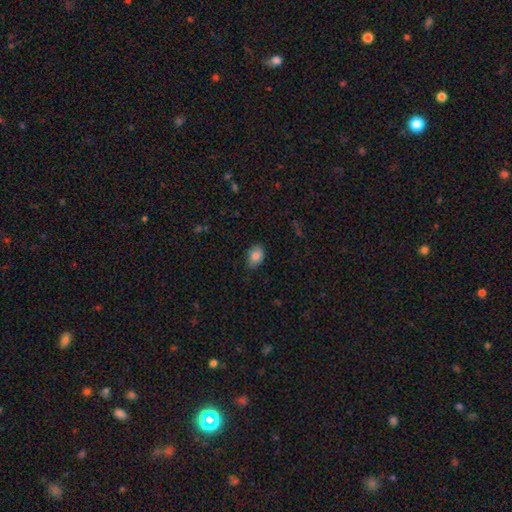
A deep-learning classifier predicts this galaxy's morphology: The model was most divided on "merging": none: 76%, minor disturbance: 20%, major disturbance: 3%, merger: 1%. More confident: smooth or featured — smooth (86%); how rounded — in between (83%).